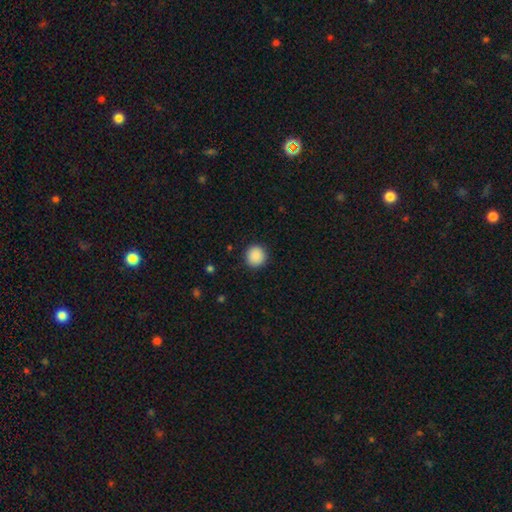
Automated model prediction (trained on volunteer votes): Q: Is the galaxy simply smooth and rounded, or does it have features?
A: smooth — 89%.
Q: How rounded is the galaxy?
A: round — 94%.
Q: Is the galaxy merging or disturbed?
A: none — 92%.